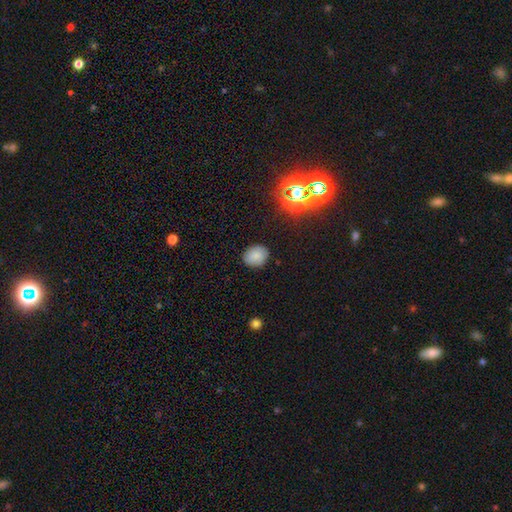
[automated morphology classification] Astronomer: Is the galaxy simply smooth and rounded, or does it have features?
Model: smooth — 81%.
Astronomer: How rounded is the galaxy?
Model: round — 61% (runner-up: in between, 39%).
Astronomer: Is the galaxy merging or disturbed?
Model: none — 86%.